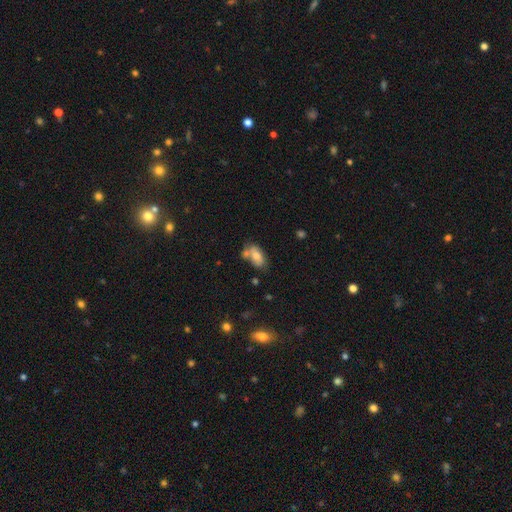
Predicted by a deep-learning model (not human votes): Smooth or featured?
  - smooth: 72% *
  - featured or disk: 19%
  - star or artifact: 8%
How rounded?
  - in between: 90% *
  - round: 5%
  - cigar-shaped: 4%
Merging?
  - none: 45% *
  - merger: 29%
  - minor disturbance: 19%
  - major disturbance: 7%